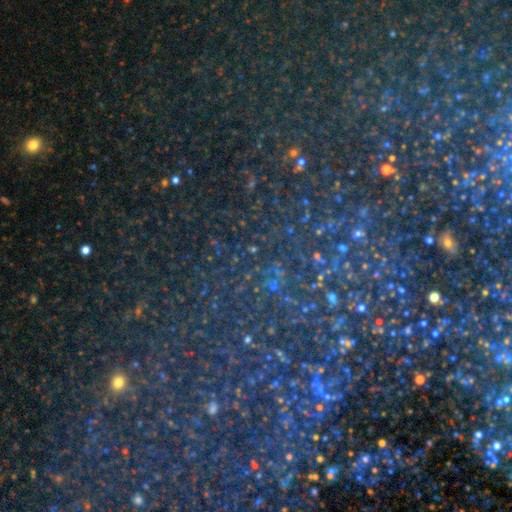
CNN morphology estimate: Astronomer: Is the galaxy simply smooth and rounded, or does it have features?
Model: star or artifact — 84%.